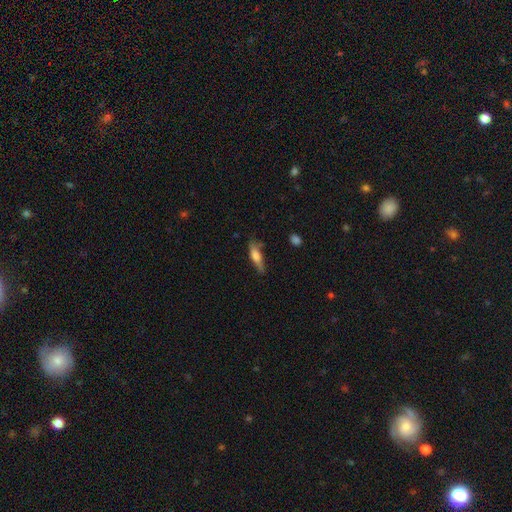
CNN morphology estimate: This is likely a smooth galaxy (64%). How rounded: possibly cigar-shaped (56%). Merging: likely none (61%).